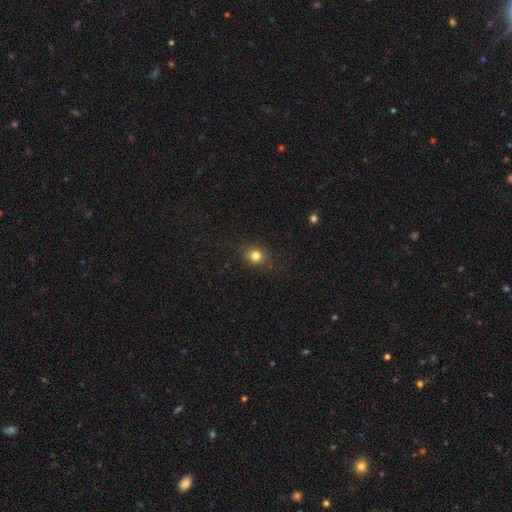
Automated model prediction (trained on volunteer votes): A smooth galaxy with no disk features (80%) that is round (72%).

Vote fractions:
- Smooth or featured? smooth: 80% / star or artifact: 13% / featured or disk: 7%
- How rounded? round: 72% / in between: 27% / cigar-shaped: 1%
- Merging? none: 86% / minor disturbance: 10% / major disturbance: 3% / merger: 1%